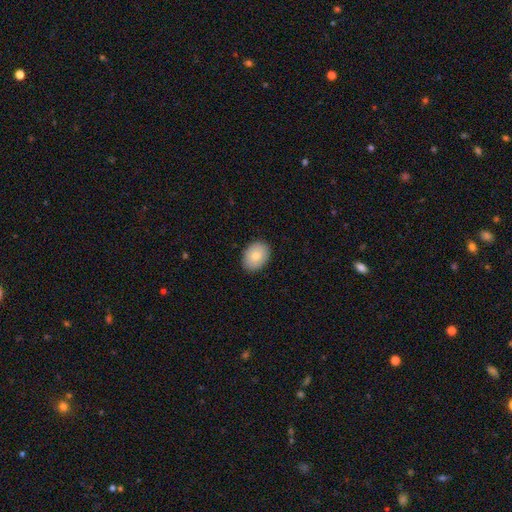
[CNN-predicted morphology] smooth_or_featured: smooth (p=0.79) [alt: featured or disk p=0.13]
how_rounded: in between (p=0.74) [alt: round p=0.25]
merging: none (p=0.88) [alt: minor disturbance p=0.09]